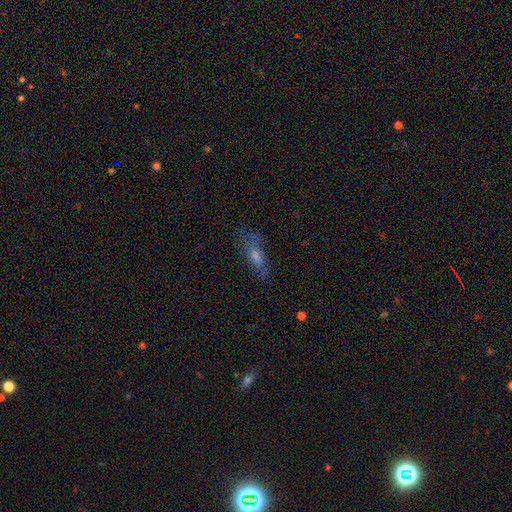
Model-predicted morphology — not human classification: This appears to be a smooth galaxy with no disk features (43%). Merging: none (61%).